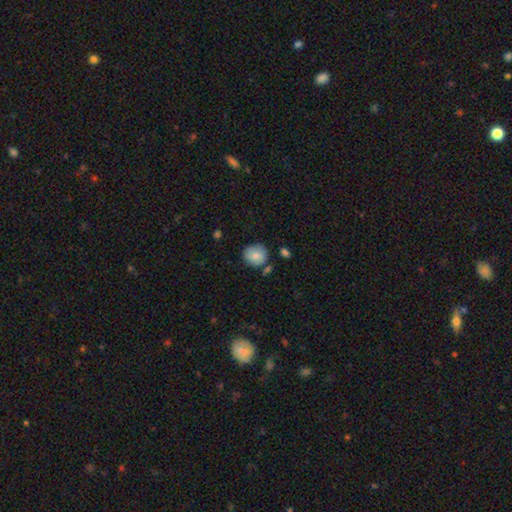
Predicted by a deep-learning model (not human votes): smooth 81%, featured or disk 10%, star or artifact 8%. Down the decision tree: how rounded — round (79%); merging — none (71%).